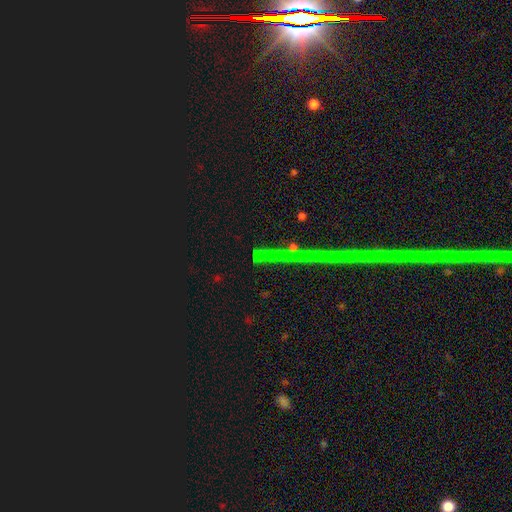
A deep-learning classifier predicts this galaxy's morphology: Smooth or featured: star or artifact — 69% (featured or disk — 16%)